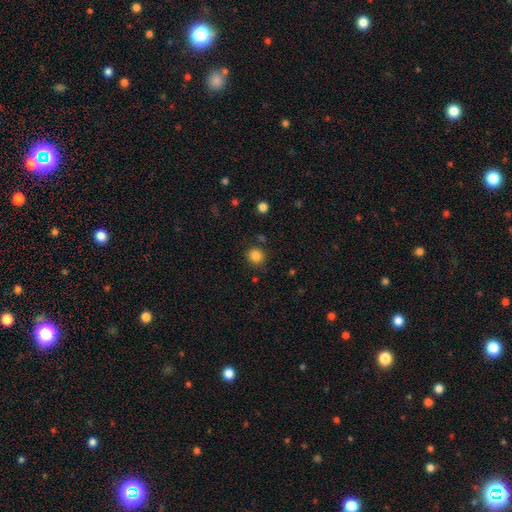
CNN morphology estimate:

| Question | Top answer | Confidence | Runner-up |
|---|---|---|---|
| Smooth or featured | smooth | 85% | star or artifact (11%) |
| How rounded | round | 88% | in between (11%) |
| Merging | none | 84% | minor disturbance (9%) |